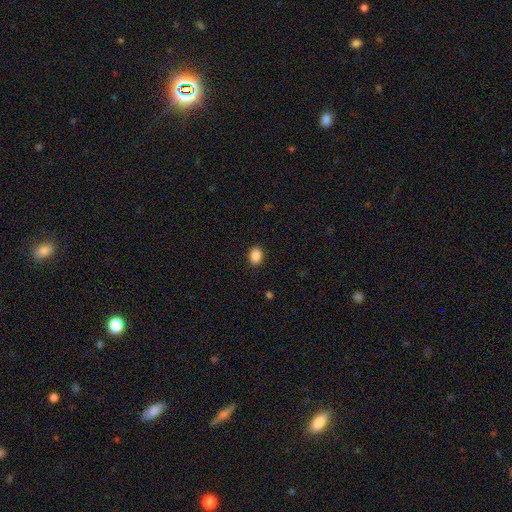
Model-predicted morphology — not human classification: The model was most divided on "how rounded": in between: 69%, round: 30%, cigar-shaped: 1%. More confident: merging — none (90%); smooth or featured — smooth (88%).